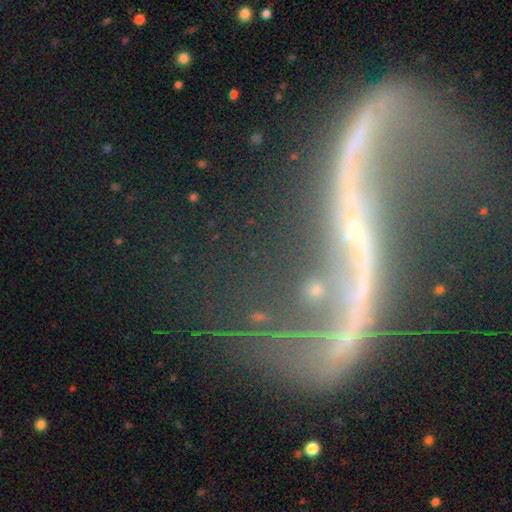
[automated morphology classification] A featured or disk galaxy (86%) with no bar (39%), 2 (91%) loose (95%) spiral arms (88%) and a small central bulge (66%). Merging: none (47%).